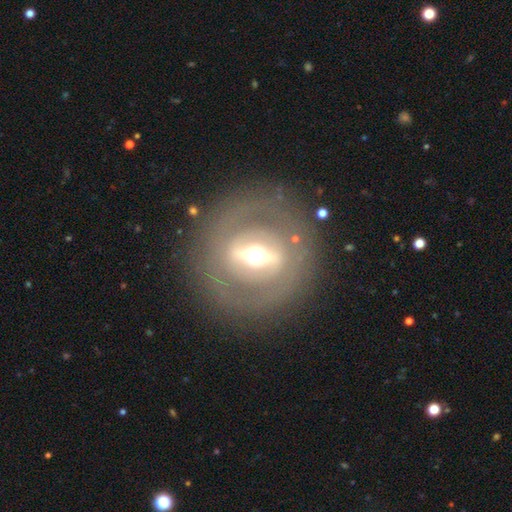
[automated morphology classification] Overall: featured or disk (77%). Edge-on disk: no (83%). Bar: strong (70%). Spiral arms: no (74%). Bulge size: moderate (68%). Merging: none (84%).